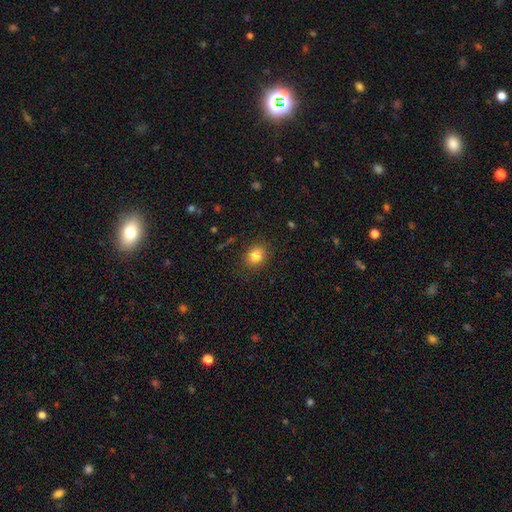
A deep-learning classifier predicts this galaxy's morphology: Smooth or featured? smooth (82%)
How rounded? round (64%)
Merging? none (87%)